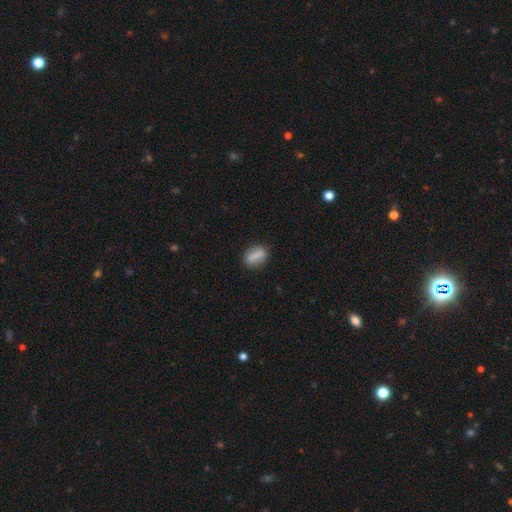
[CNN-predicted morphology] type=smooth (76%); roundness=in between (70%); merging=none (83%).